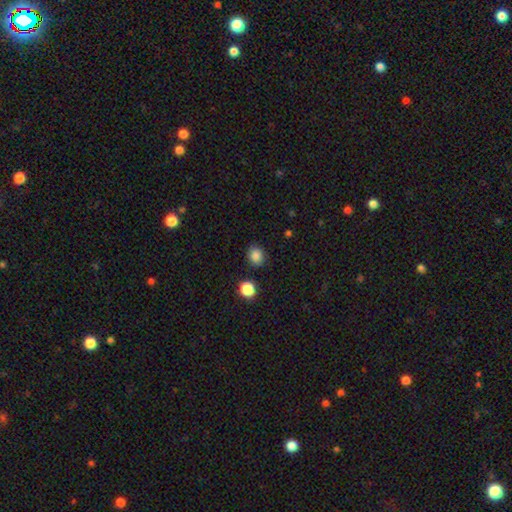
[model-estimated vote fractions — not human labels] smooth-or-featured: smooth: 85% | star or artifact: 11% | featured or disk: 4%
  how-rounded: round: 67% | in between: 32% | cigar-shaped: 1%
  merging: none: 86% | minor disturbance: 9% | merger: 3% | major disturbance: 3%